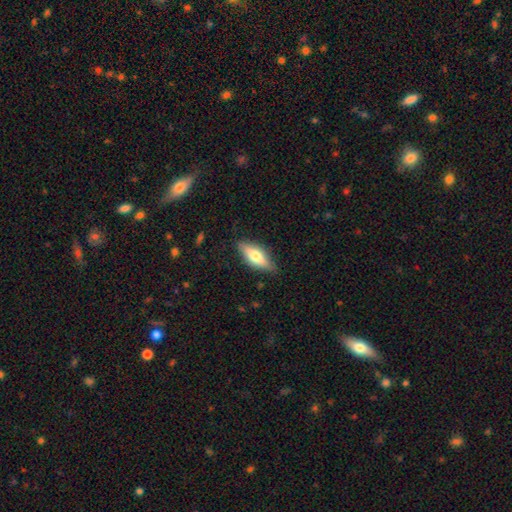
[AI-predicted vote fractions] Smooth or featured? smooth (53%)
How rounded? in between (64%)
Merging? none (81%)